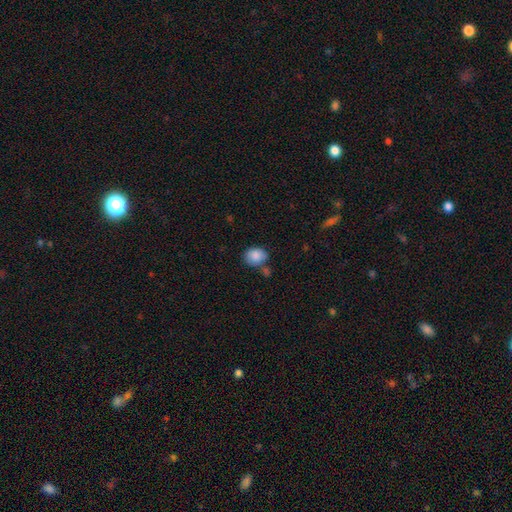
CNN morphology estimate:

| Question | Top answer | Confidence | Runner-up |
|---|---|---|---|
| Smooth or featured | smooth | 87% | star or artifact (8%) |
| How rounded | in between | 51% | round (48%) |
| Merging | none | 62% | minor disturbance (18%) |